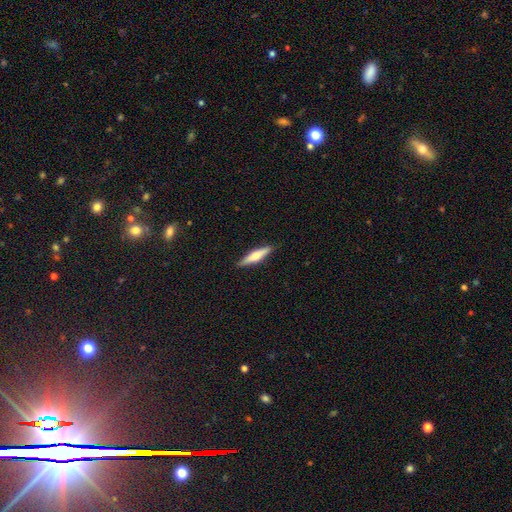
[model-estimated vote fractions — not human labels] This appears to be a featured or disk galaxy (51%) viewed edge-on (96%). Merging: none (90%).